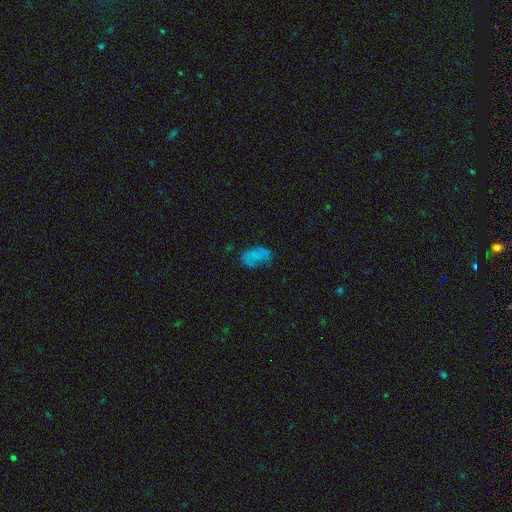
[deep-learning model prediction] Overall: smooth (65%). How rounded: in between (91%). Merging: none (56%; minor disturbance 27%).